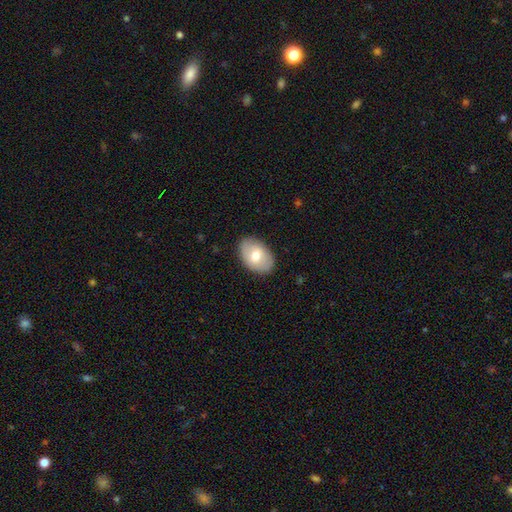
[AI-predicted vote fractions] A smooth galaxy with no disk features (68%) that is in between round and cigar-shaped (86%). Merging: none (85%).